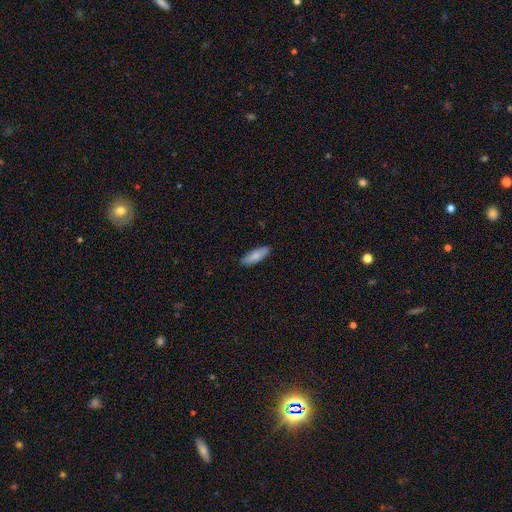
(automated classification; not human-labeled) Q: Smooth or featured?
A: smooth (83%); runner-up: featured or disk (11%)
Q: How rounded?
A: cigar-shaped (53%); runner-up: in between (46%)
Q: Merging?
A: none (86%); runner-up: minor disturbance (11%)